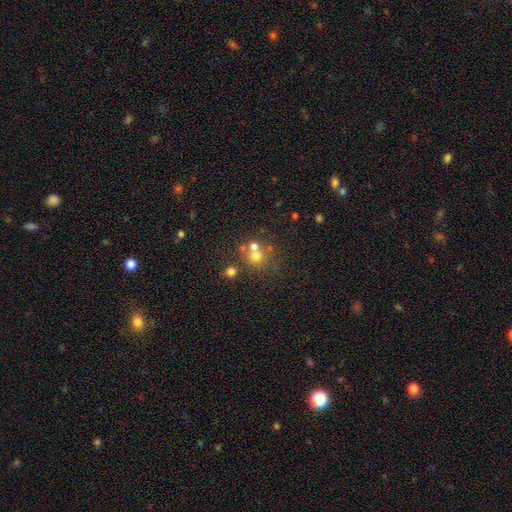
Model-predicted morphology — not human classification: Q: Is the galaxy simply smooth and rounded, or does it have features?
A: smooth — 64%.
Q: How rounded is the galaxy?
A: round — 86%.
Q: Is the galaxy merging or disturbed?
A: none — 48%.